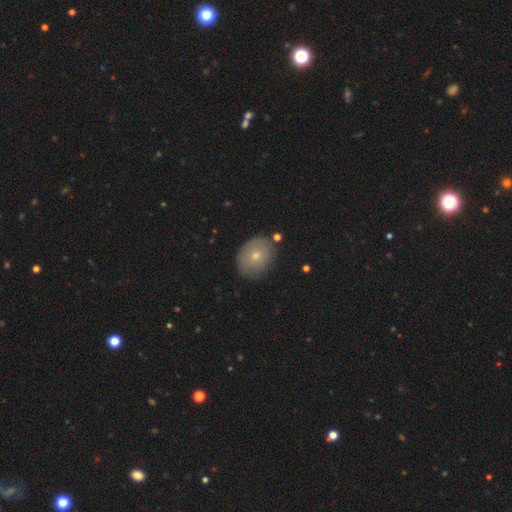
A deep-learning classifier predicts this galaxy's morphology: Overall: smooth (71%). How rounded: in between (60%; round 39%). Merging: none (80%).